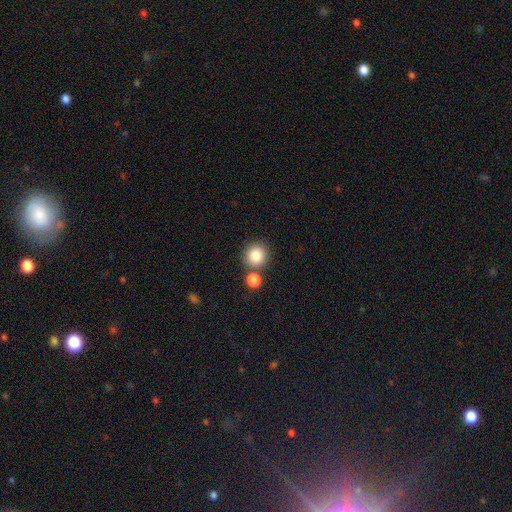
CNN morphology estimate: smooth 82%, star or artifact 10%, featured or disk 7%. Down the decision tree: how rounded — round (91%); merging — none (72%).